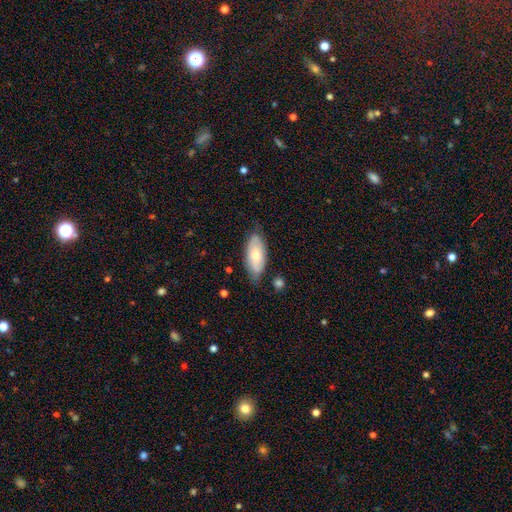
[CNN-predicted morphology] type=smooth (59%); roundness=in between (87%); merging=none (68%).